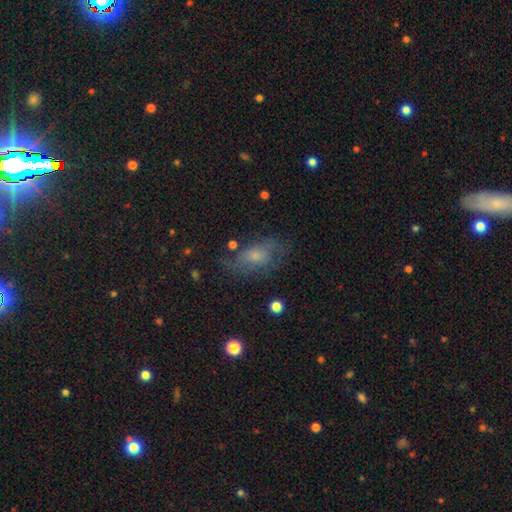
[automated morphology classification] A smooth galaxy with no disk features (43%).

Vote fractions:
- Smooth or featured? smooth: 43% / featured or disk: 42% / star or artifact: 15%
- Merging? none: 60% / minor disturbance: 22% / major disturbance: 15% / merger: 3%